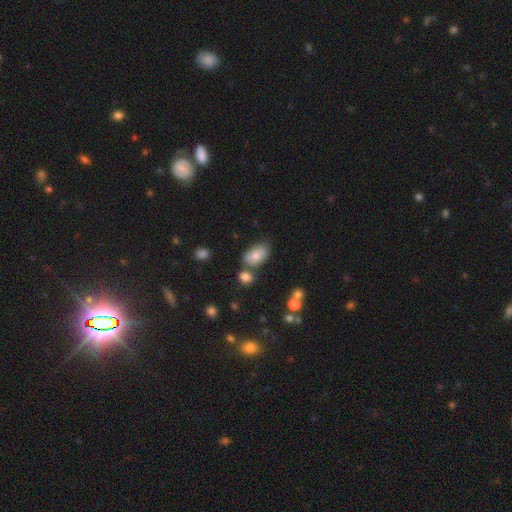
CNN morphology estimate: Q: Smooth or featured?
A: smooth (77%); runner-up: featured or disk (14%)
Q: How rounded?
A: in between (90%); runner-up: round (8%)
Q: Merging?
A: none (60%); runner-up: minor disturbance (20%)